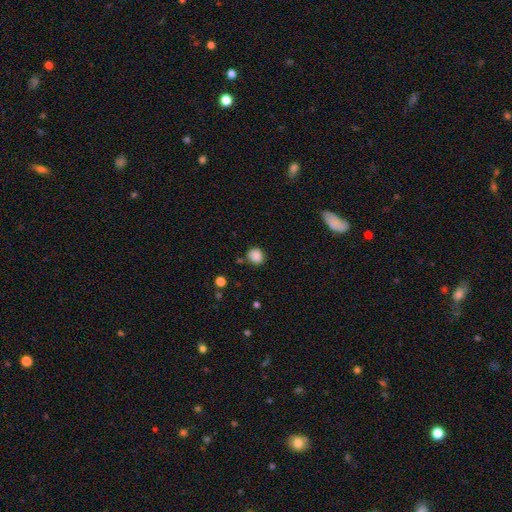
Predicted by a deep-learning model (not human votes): This appears to be a smooth galaxy with no disk features (86%) that is round (71%). Merging: none (77%).